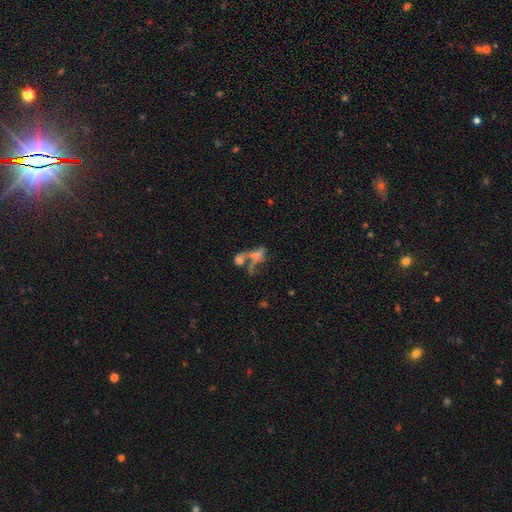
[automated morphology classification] type=smooth (44%); merging=merger (56%).